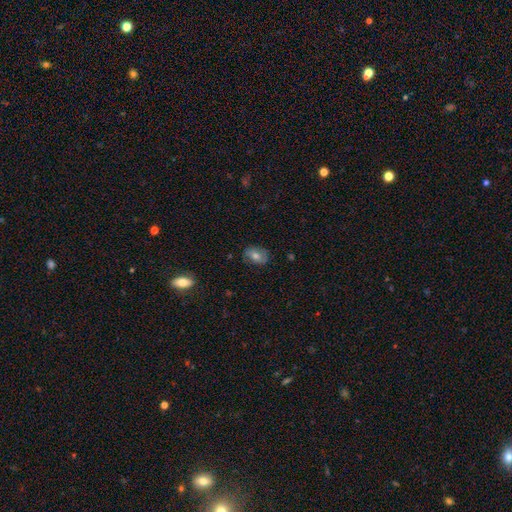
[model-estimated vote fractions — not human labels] Smooth or featured? smooth (59%)
How rounded? in between (82%)
Merging? none (79%)